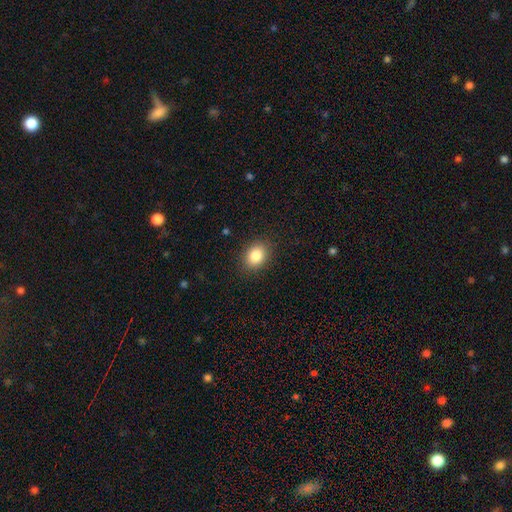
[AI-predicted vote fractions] A smooth galaxy with no disk features (85%) that is in between round and cigar-shaped (59%). Merging: none (88%).